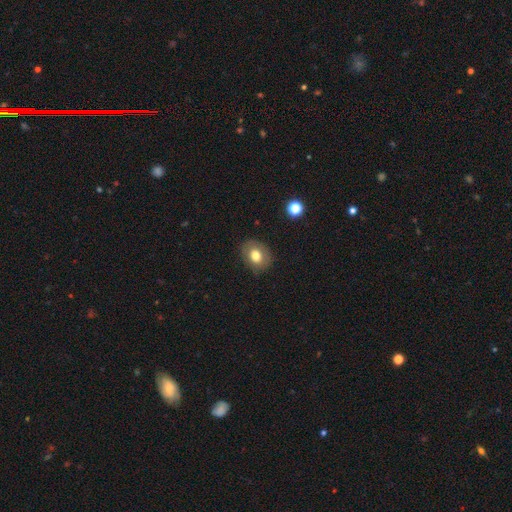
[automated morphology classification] Smooth or featured? Predicted: smooth (p=0.75). How rounded? Predicted: in between (p=0.52). Merging? Predicted: none (p=0.83).